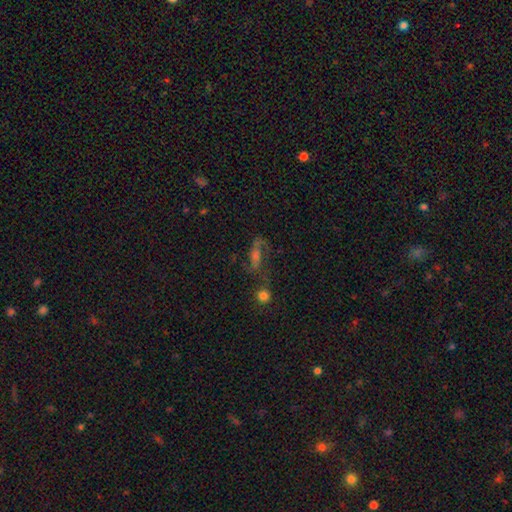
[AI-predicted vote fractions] Smooth or featured: featured or disk — 54% (smooth — 24%)
Edge-on disk: no — 81% (yes — 19%)
Merging: none — 51% (major disturbance — 20%)